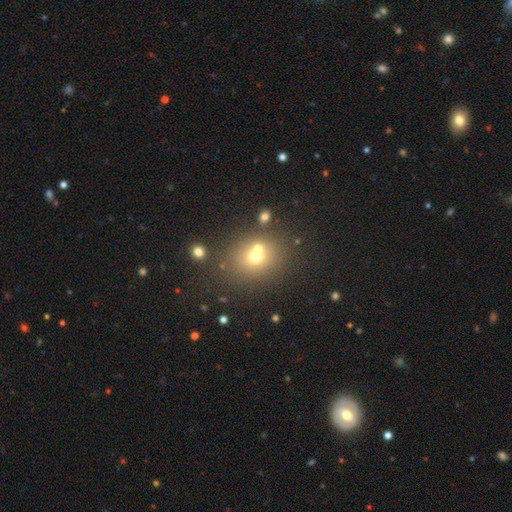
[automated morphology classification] smooth-or-featured: smooth: 58% | star or artifact: 23% | featured or disk: 19%
  how-rounded: round: 70% | in between: 29% | cigar-shaped: 1%
  merging: none: 52% | merger: 35% | minor disturbance: 9% | major disturbance: 4%